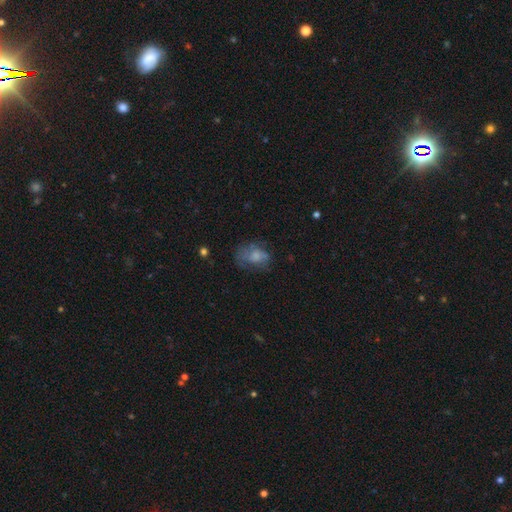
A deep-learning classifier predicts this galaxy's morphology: A smooth galaxy with no disk features (59%) that is in between round and cigar-shaped (62%). Merging: none (48%).